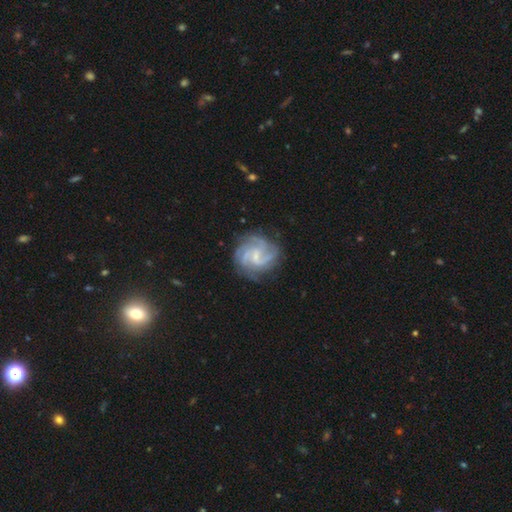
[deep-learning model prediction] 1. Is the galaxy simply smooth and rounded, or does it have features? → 86% featured or disk, 8% smooth, 6% star or artifact.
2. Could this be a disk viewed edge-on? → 98% no, 2% yes.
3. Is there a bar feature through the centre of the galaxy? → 52% weak, 37% no, 11% strong.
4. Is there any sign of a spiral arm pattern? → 97% yes, 3% no.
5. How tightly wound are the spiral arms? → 44% medium (tied), 44% tight (tied), 12% loose.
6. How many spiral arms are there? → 33% 3, 19% 4, 19% can't tell, 17% 2, 6% more than 4, 6% 1.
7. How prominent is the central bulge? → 62% small, 21% moderate, 15% none, 1% large, 1% dominant.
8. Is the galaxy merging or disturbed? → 76% none, 16% minor disturbance, 7% major disturbance, 1% merger.